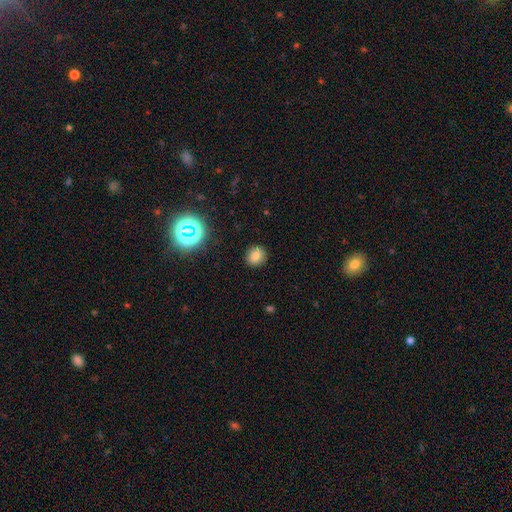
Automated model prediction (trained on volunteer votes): This appears to be a smooth galaxy with no disk features (78%) that is round (81%). Merging: none (89%).